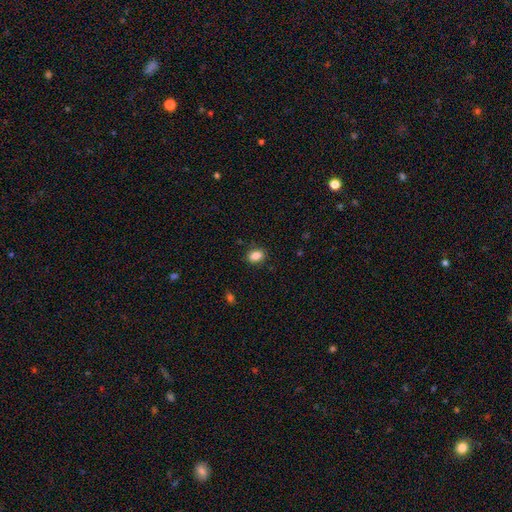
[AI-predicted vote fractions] Smooth or featured: smooth — 87% (star or artifact — 9%)
How rounded: in between — 73% (round — 25%)
Merging: none — 86% (minor disturbance — 10%)